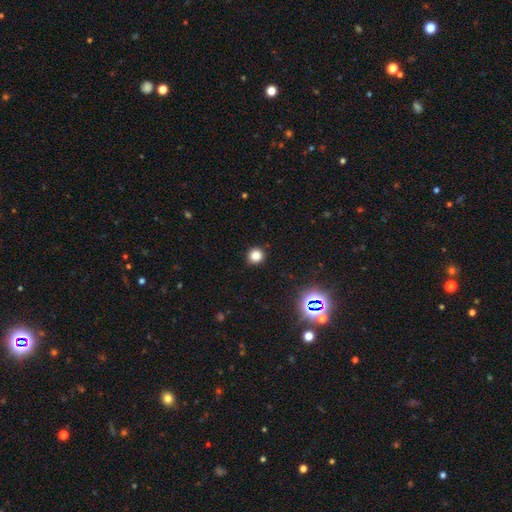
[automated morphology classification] A smooth galaxy with no disk features (81%) that is round (92%). Merging: none (91%).